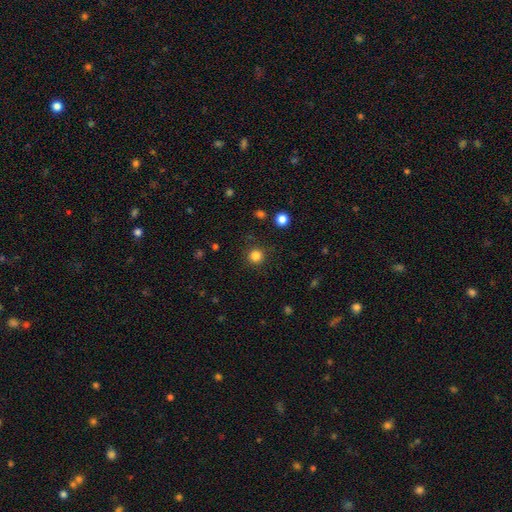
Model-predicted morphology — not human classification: A smooth galaxy with no disk features (83%) that is round (95%). Merging: none (90%).